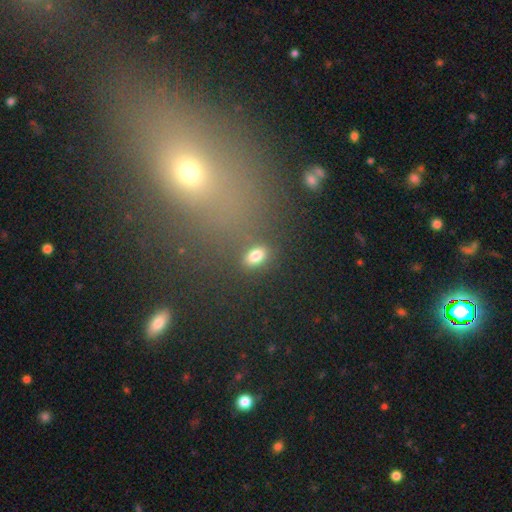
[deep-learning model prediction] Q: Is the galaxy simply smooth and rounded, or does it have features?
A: smooth — 78%.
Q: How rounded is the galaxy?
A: in between — 84%.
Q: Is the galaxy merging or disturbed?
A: none — 83%.